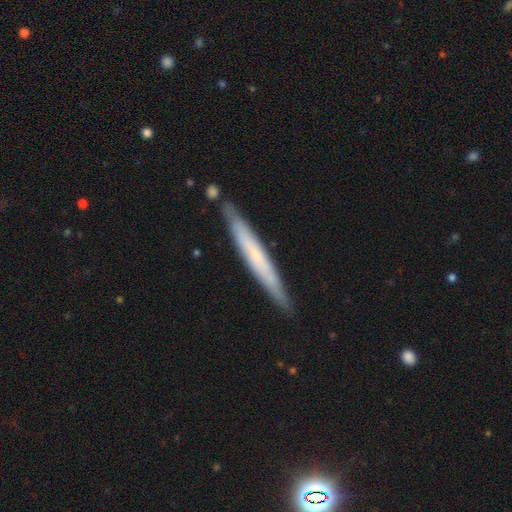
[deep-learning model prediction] Smooth or featured? Predicted: featured or disk (p=0.50). Edge-on disk? Predicted: yes (p=0.90). Merging? Predicted: none (p=0.86).